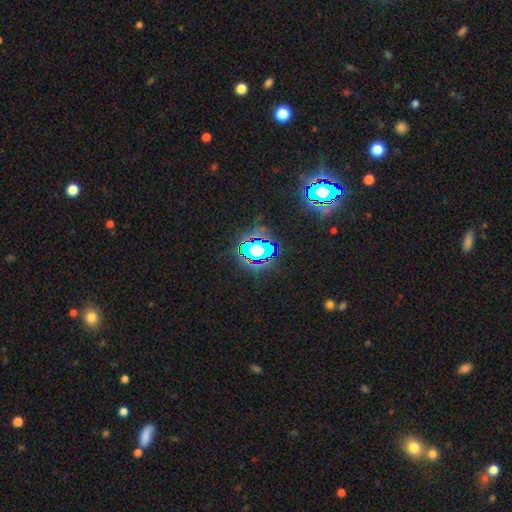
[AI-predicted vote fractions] Smooth or featured?
  - star or artifact: 80% *
  - smooth: 12%
  - featured or disk: 8%